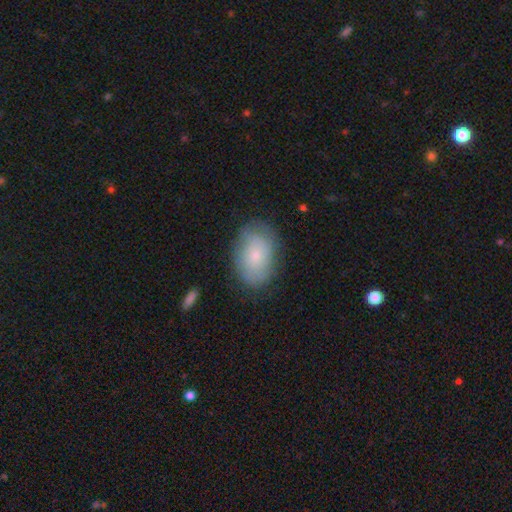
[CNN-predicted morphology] type=smooth (69%); roundness=in between (85%); merging=none (77%).